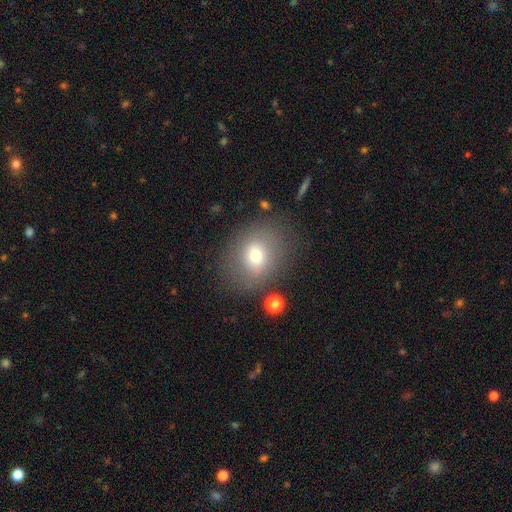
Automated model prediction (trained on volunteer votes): smooth-or-featured: smooth: 68% | featured or disk: 20% | star or artifact: 12%
  how-rounded: round: 51% | in between: 47% | cigar-shaped: 1%
  merging: none: 77% | minor disturbance: 14% | major disturbance: 6% | merger: 3%